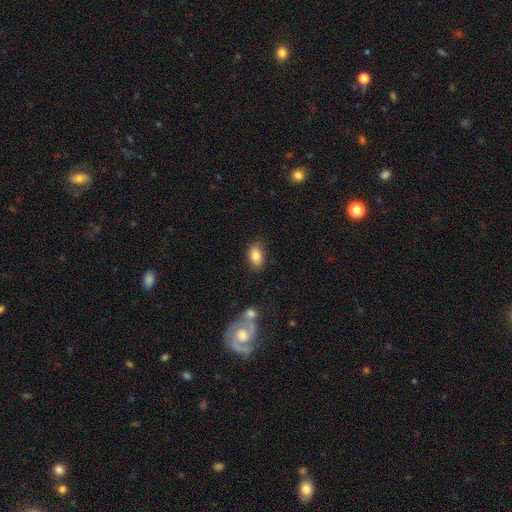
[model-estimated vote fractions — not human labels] Morphology: type=smooth (83%); roundness=in between (89%); merging=none (82%).